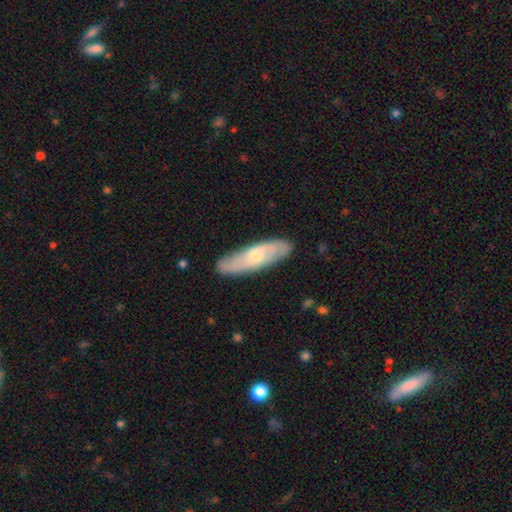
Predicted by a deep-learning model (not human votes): A featured or disk galaxy (52%). Merging: none (86%).